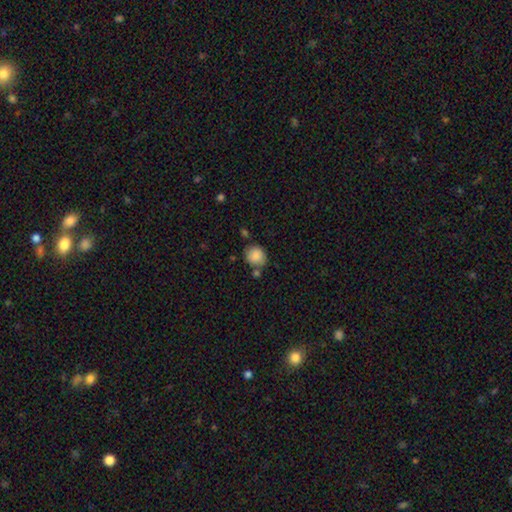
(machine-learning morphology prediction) smooth-or-featured: smooth: 87% | star or artifact: 8% | featured or disk: 5%
  how-rounded: round: 79% | in between: 20% | cigar-shaped: 1%
  merging: none: 70% | minor disturbance: 15% | merger: 11% | major disturbance: 4%